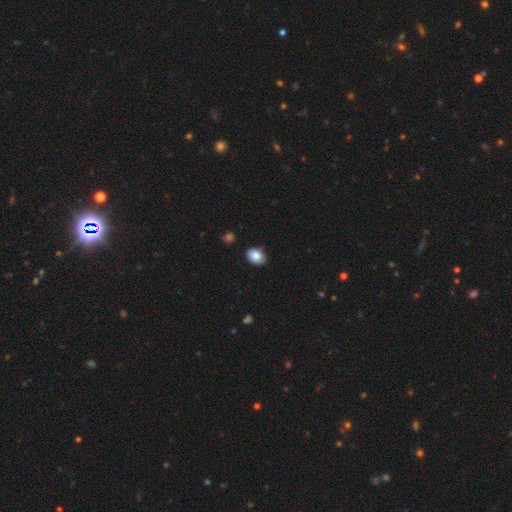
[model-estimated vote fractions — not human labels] smooth_or_featured: smooth (p=0.86) [alt: star or artifact p=0.08]
how_rounded: in between (p=0.69) [alt: round p=0.30]
merging: none (p=0.83) [alt: minor disturbance p=0.13]